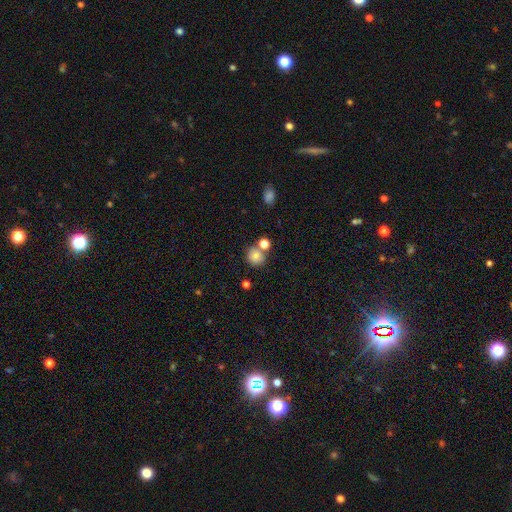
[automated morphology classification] This appears to be a smooth galaxy with no disk features (80%) that is round (89%). Merging: none (64%).